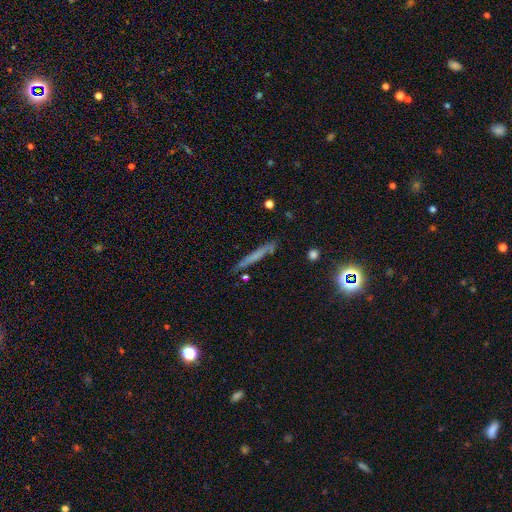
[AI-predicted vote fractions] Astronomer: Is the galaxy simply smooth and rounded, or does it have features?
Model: smooth — 52% (runner-up: featured or disk, 34%).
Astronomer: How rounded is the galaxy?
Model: cigar-shaped — 93%.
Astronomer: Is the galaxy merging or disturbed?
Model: none — 82%.